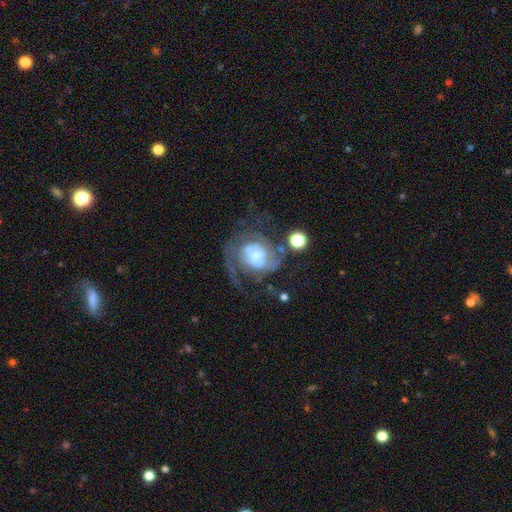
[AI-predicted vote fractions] Smooth or featured: featured or disk — 77% (smooth — 15%)
Edge-on disk: no — 98% (yes — 2%)
Bar: no — 61% (weak — 32%)
Spiral arms: yes — 89% (no — 11%)
Spiral winding: medium — 43% (tight — 31%)
Spiral arm count: 2 — 48% (can't tell — 21%)
Bulge size: moderate — 30% (small — 27%)
Merging: none — 42% (major disturbance — 34%)